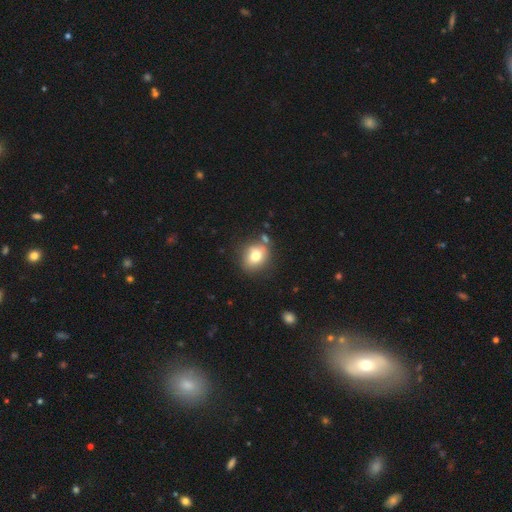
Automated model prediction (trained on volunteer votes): This is likely a smooth galaxy (76%). How rounded: possibly round (56%). Merging: likely none (71%).